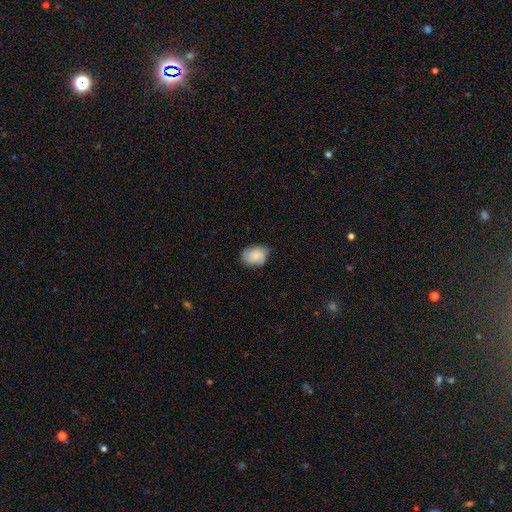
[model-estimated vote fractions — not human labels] This is likely a smooth galaxy (75%). How rounded: likely in between (74%). Merging: likely none (66%).